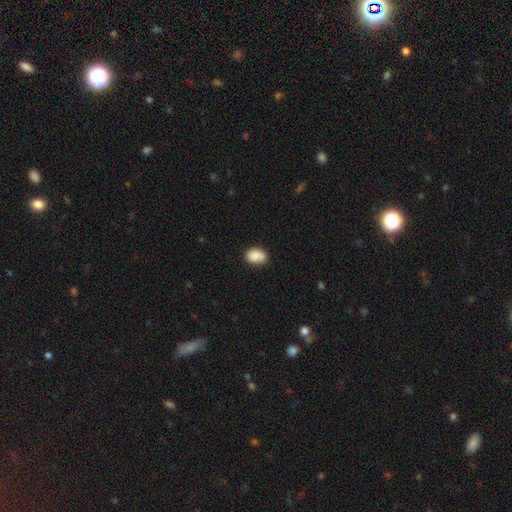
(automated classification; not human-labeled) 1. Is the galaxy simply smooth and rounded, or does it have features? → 85% smooth, 8% featured or disk, 7% star or artifact.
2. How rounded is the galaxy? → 75% in between, 24% round, 1% cigar-shaped.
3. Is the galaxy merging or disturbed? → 72% none, 21% minor disturbance, 4% major disturbance, 3% merger.